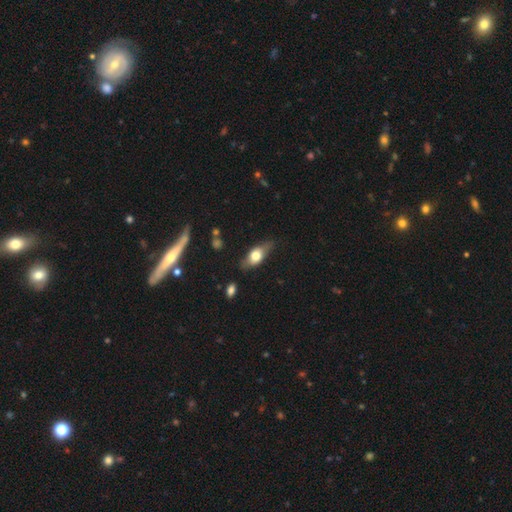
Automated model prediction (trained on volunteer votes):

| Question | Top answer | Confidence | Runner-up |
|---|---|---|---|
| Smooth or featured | smooth | 58% | featured or disk (35%) |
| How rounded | in between | 77% | cigar-shaped (16%) |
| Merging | none | 70% | minor disturbance (22%) |